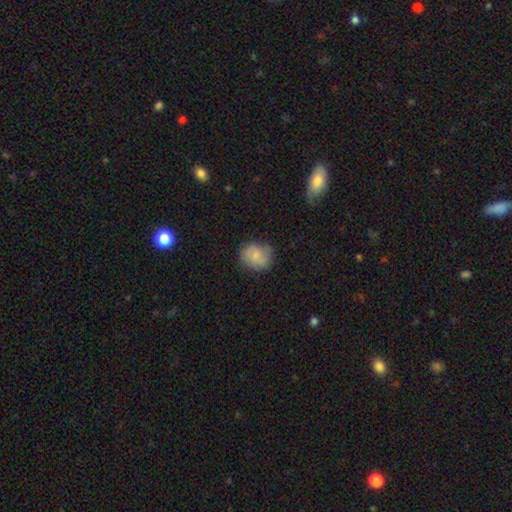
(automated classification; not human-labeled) smooth_or_featured: smooth (p=0.74) [alt: featured or disk p=0.19]
how_rounded: round (p=0.70) [alt: in between p=0.29]
merging: none (p=0.70) [alt: minor disturbance p=0.22]